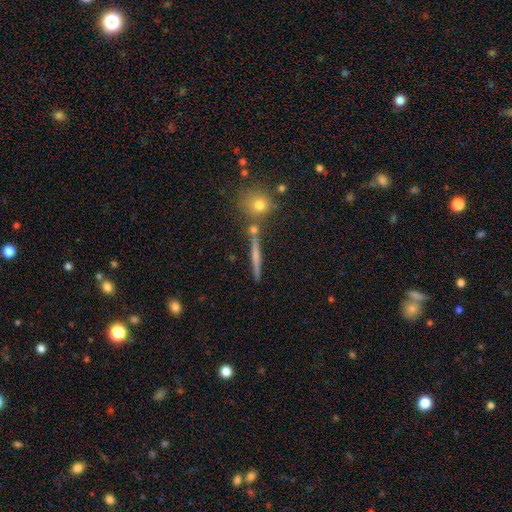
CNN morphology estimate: This appears to be a featured or disk galaxy (49%). Merging: none (81%).